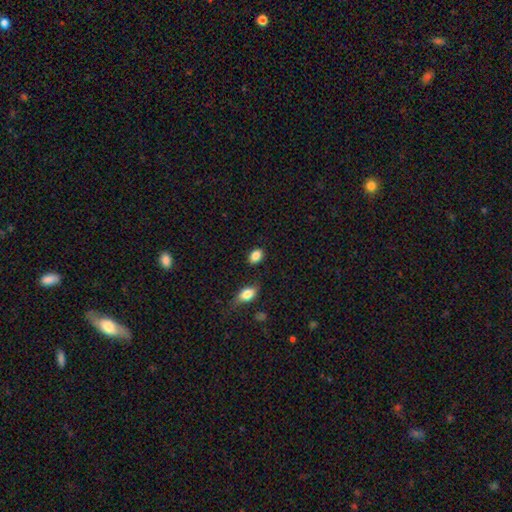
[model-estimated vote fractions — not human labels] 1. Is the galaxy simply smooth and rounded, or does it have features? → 86% smooth, 9% star or artifact, 5% featured or disk.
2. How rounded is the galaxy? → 74% in between, 24% round, 2% cigar-shaped.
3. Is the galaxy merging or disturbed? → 84% none, 10% minor disturbance, 4% merger, 3% major disturbance.